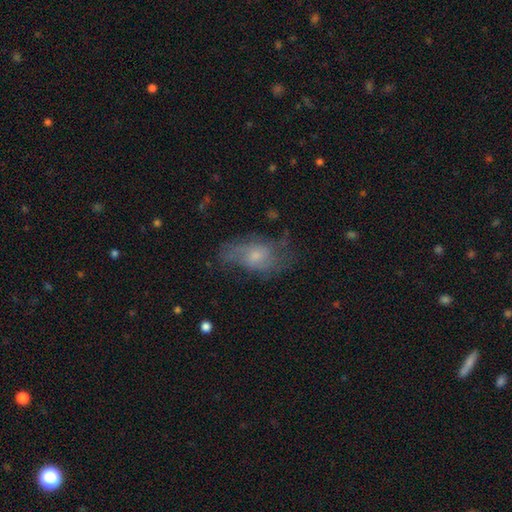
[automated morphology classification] type=featured or disk (52%); edge-on=no (93%); merging=none (51%).